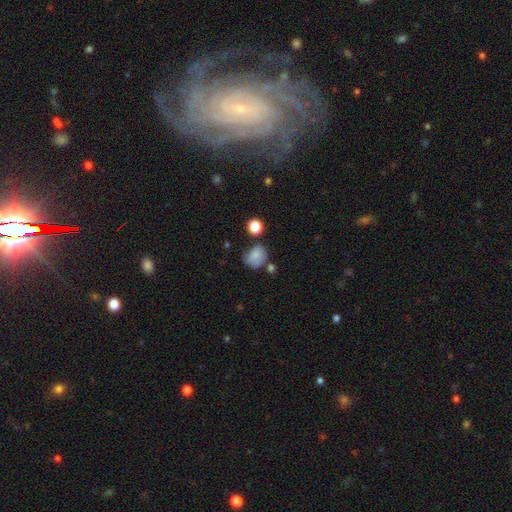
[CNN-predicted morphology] type=smooth (80%); roundness=round (54%); merging=none (51%).